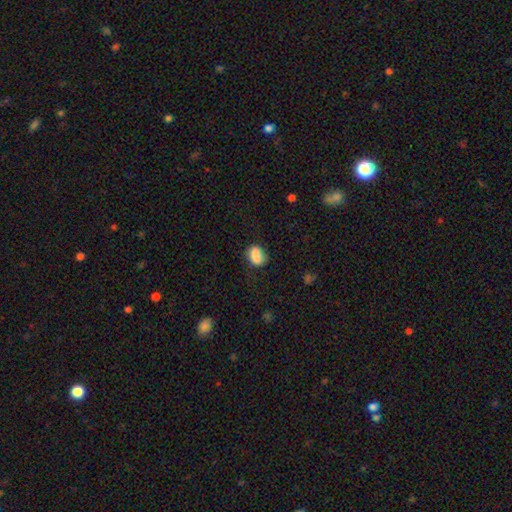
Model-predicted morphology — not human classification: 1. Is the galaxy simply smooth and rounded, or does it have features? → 82% smooth, 10% featured or disk, 9% star or artifact.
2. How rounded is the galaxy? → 68% in between, 31% round, 2% cigar-shaped.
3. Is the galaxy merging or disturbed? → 55% none, 23% minor disturbance, 14% merger, 7% major disturbance.